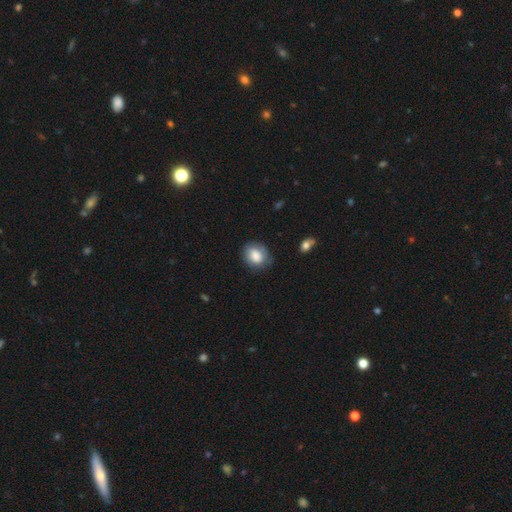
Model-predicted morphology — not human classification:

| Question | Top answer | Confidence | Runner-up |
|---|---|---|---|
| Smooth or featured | smooth | 77% | featured or disk (15%) |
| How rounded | in between | 50% | round (49%) |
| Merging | none | 69% | minor disturbance (22%) |